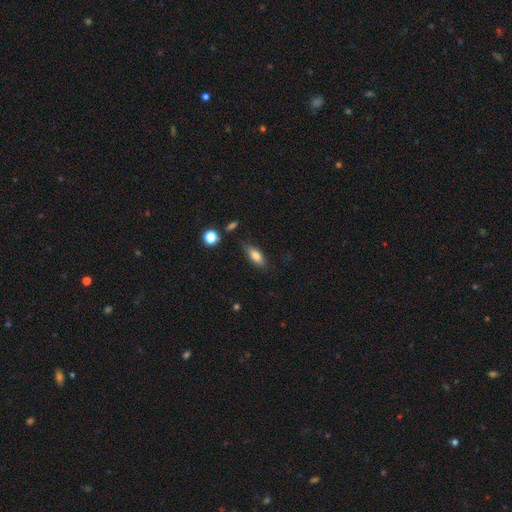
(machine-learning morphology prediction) smooth_or_featured: smooth (p=0.77) [alt: featured or disk p=0.14]
how_rounded: in between (p=0.75) [alt: cigar-shaped p=0.22]
merging: none (p=0.77) [alt: minor disturbance p=0.17]